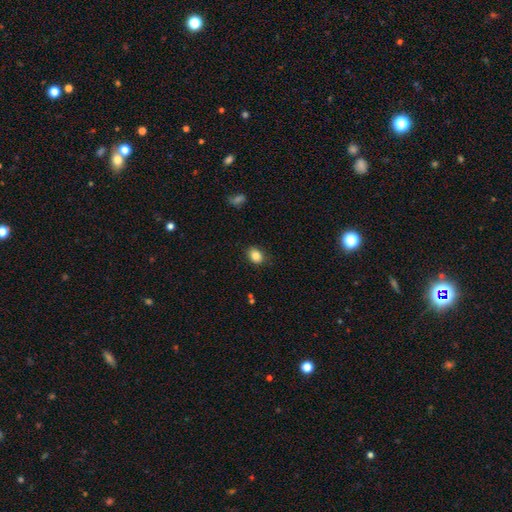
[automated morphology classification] Overall: smooth (87%). How rounded: in between (61%; round 38%). Merging: none (80%).